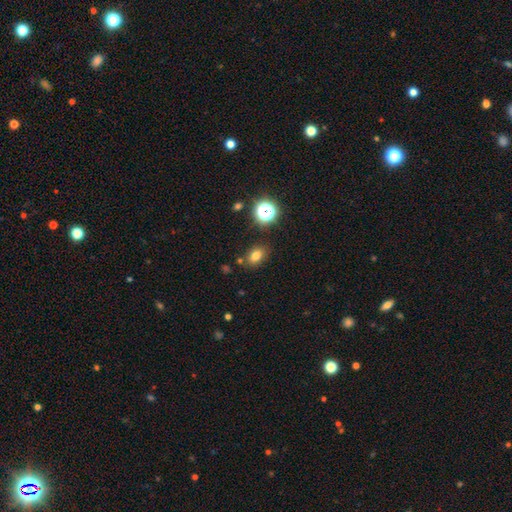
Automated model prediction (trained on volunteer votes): Morphology: type=smooth (75%); roundness=in between (69%); merging=none (80%).